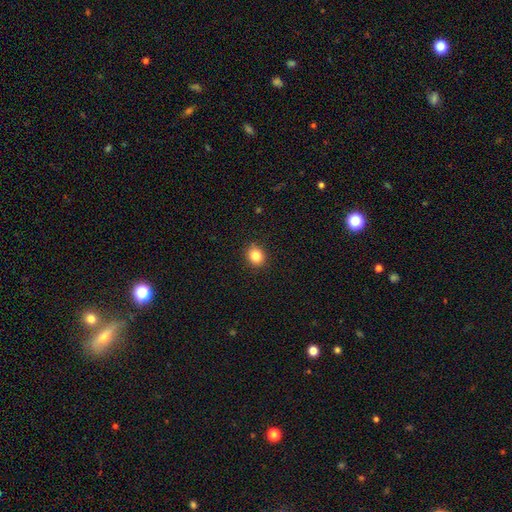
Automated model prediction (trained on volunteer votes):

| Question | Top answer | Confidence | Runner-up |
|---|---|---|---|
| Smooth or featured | smooth | 84% | star or artifact (10%) |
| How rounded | round | 67% | in between (32%) |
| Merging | none | 91% | minor disturbance (7%) |